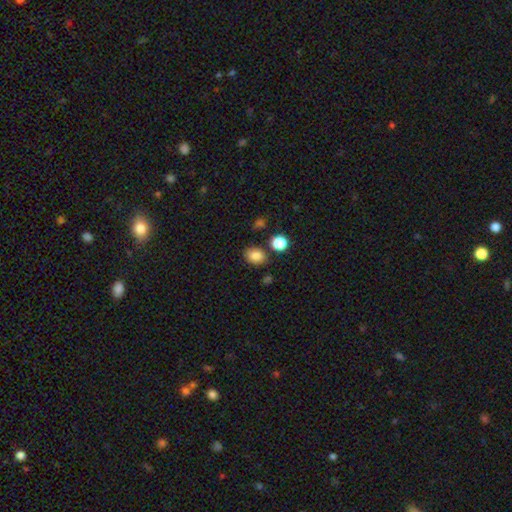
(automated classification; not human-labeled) This is clearly a smooth galaxy (84%). How rounded: possibly in between (57%). Merging: clearly none (81%).